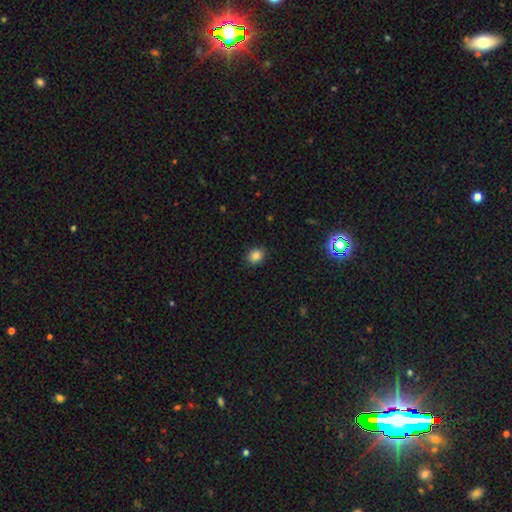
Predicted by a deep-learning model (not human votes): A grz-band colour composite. It shows a smooth galaxy with no disk features (85%) that is round (58%). Merging: none (89%).